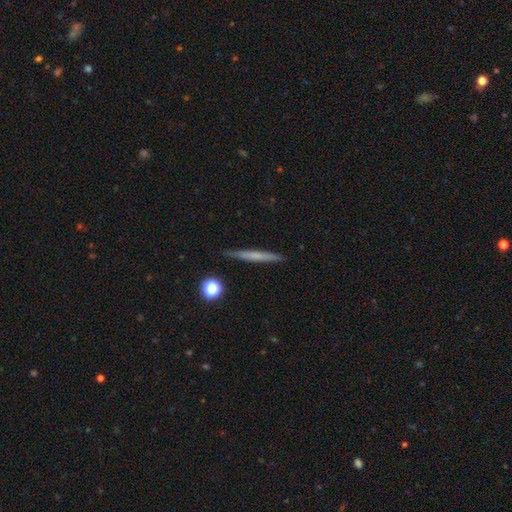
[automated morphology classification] Smooth or featured? Predicted: smooth (p=0.53). How rounded? Predicted: cigar-shaped (p=0.95). Merging? Predicted: none (p=0.89).